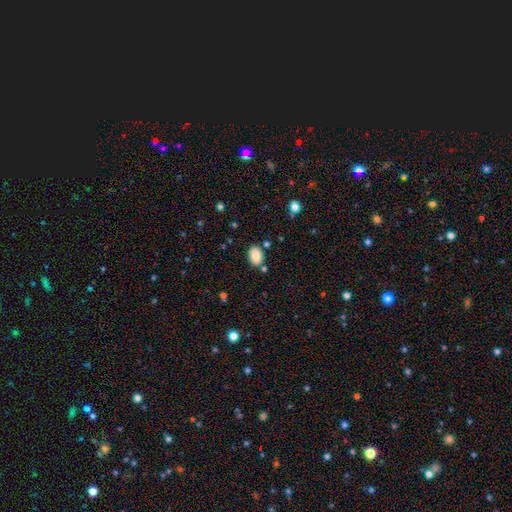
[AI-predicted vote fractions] Morphology: type=smooth (87%); roundness=in between (81%); merging=none (80%).